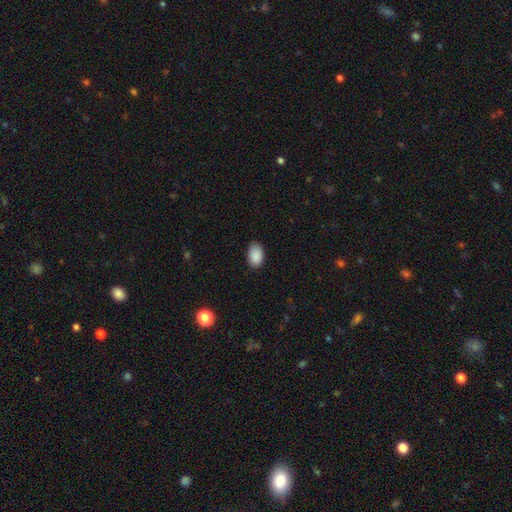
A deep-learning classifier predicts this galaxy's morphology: Q: Smooth or featured?
A: smooth (89%); runner-up: star or artifact (7%)
Q: How rounded?
A: in between (91%); runner-up: round (8%)
Q: Merging?
A: none (79%); runner-up: minor disturbance (17%)